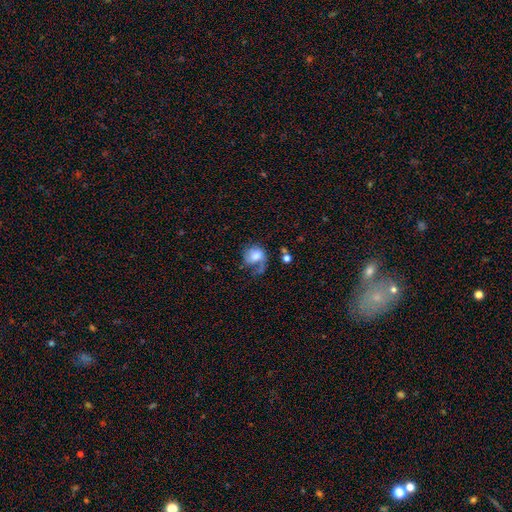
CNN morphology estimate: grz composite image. It shows a smooth galaxy with no disk features (52%) that is round (59%). Merging: major disturbance (37%).